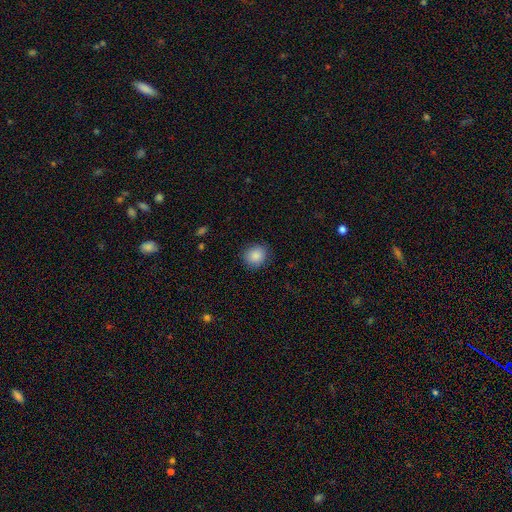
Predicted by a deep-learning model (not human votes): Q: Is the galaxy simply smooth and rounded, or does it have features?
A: smooth — 88%.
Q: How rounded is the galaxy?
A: round — 77%.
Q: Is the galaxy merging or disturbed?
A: none — 87%.